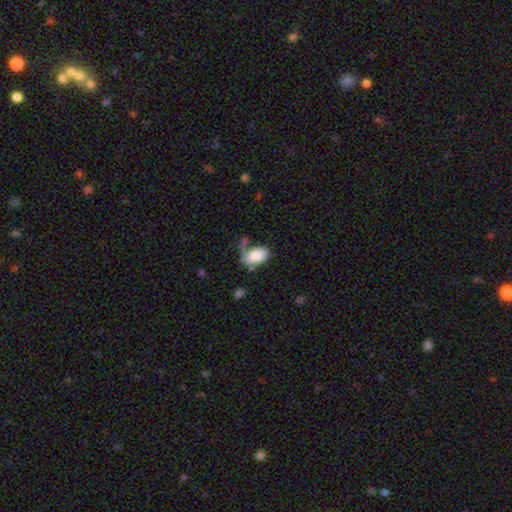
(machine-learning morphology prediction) The model was most divided on "merging": none: 38%, minor disturbance: 21%, major disturbance: 21%, merger: 20%. More confident: how rounded — in between (92%); smooth or featured — smooth (80%).